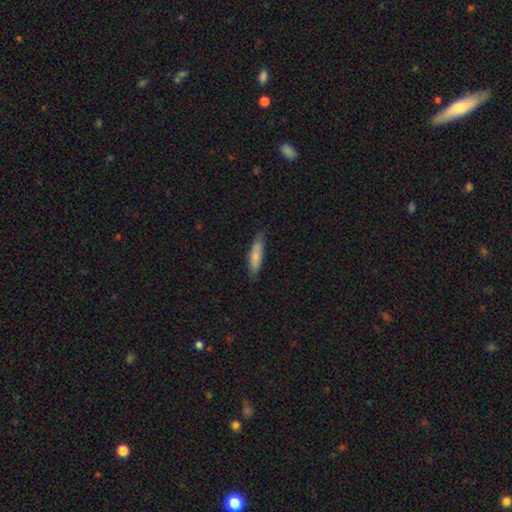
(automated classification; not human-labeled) Morphology: type=smooth (78%); roundness=cigar-shaped (71%); merging=none (78%).